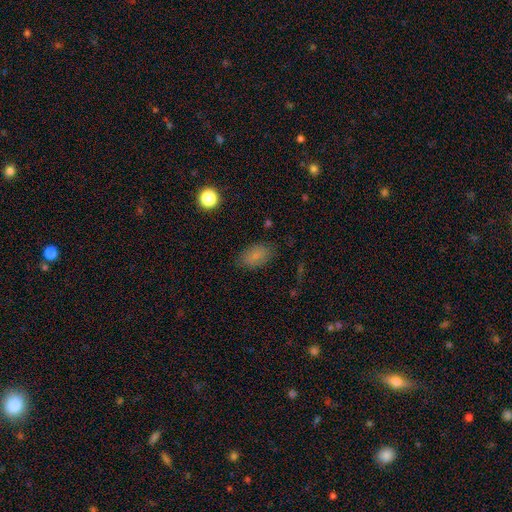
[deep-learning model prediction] A smooth galaxy with no disk features (80%) that is in between round and cigar-shaped (90%).

Vote fractions:
- Smooth or featured? smooth: 80% / star or artifact: 10% / featured or disk: 10%
- How rounded? in between: 90% / round: 8% / cigar-shaped: 2%
- Merging? none: 79% / minor disturbance: 15% / major disturbance: 4% / merger: 1%